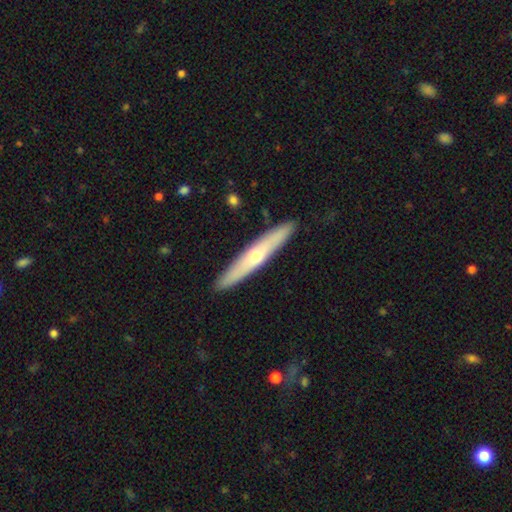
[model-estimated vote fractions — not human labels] The model was most divided on "smooth or featured": featured or disk: 50%, smooth: 45%, star or artifact: 5%. More confident: merging — none (91%).